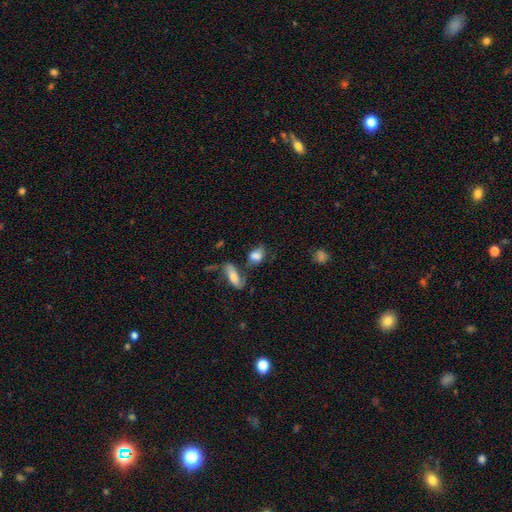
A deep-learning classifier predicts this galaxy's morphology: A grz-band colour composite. It shows a smooth galaxy with no disk features (76%) that is in between round and cigar-shaped (78%). Merging: none (41%).